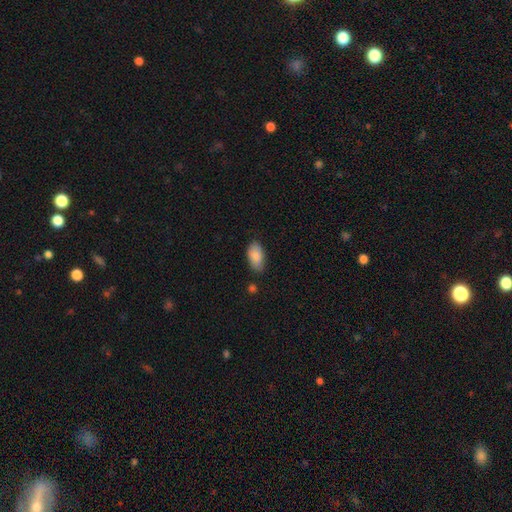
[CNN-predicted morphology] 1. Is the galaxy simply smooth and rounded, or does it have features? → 86% smooth, 7% featured or disk, 7% star or artifact.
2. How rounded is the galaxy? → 93% in between, 4% cigar-shaped, 3% round.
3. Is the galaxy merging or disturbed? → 72% none, 21% minor disturbance, 4% major disturbance, 3% merger.